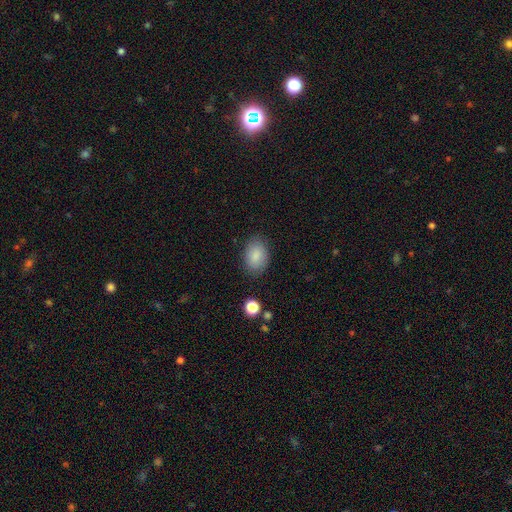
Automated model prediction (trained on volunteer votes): Smooth or featured? smooth (86%)
How rounded? in between (85%)
Merging? none (83%)